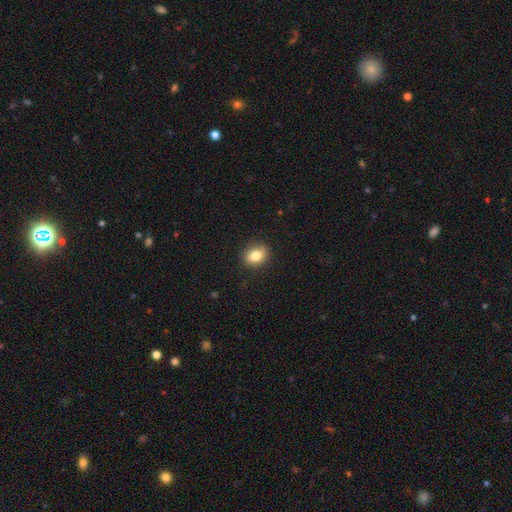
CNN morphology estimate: type=smooth (82%); roundness=in between (49%, tied with round); merging=none (87%).